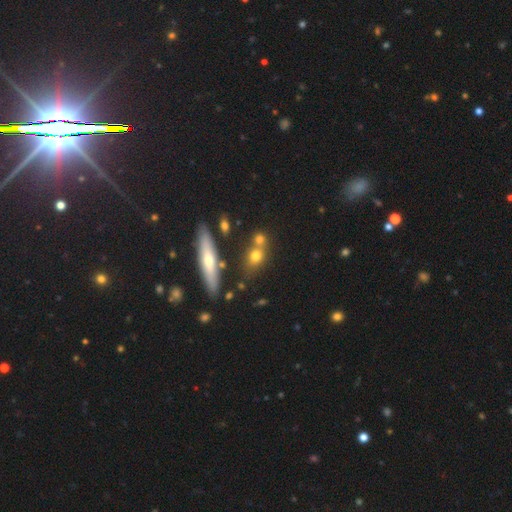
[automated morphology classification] smooth_or_featured: smooth (p=0.69) [alt: featured or disk p=0.19]
how_rounded: round (p=0.51) [alt: in between p=0.33]
merging: none (p=0.54) [alt: merger p=0.31]